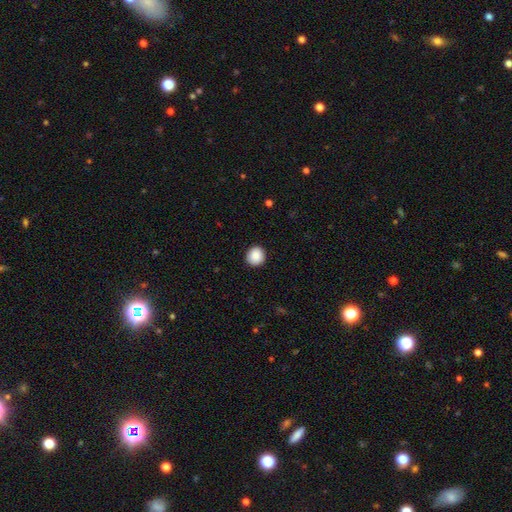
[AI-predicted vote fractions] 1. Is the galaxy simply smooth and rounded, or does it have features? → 89% smooth, 8% star or artifact, 3% featured or disk.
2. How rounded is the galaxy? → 87% round, 12% in between, 1% cigar-shaped.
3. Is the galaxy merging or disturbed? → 91% none, 6% minor disturbance, 2% major disturbance, 1% merger.